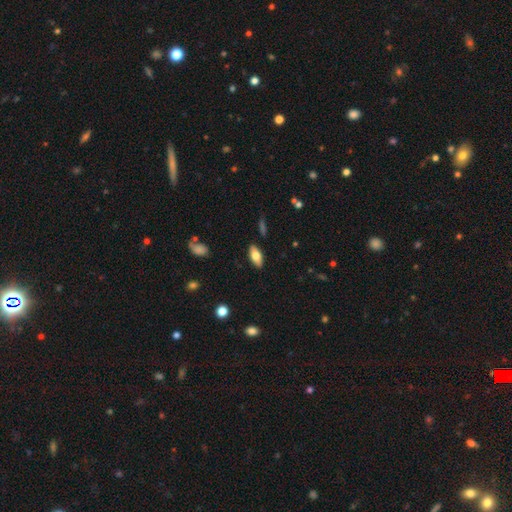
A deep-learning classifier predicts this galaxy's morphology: This is likely a smooth galaxy (71%). How rounded: clearly in between (86%). Merging: clearly none (87%).